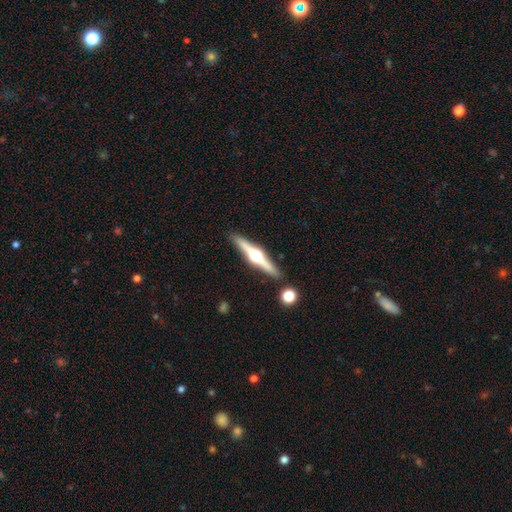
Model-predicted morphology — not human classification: Q: Smooth or featured?
A: featured or disk (80%); runner-up: smooth (15%)
Q: Edge-on disk?
A: yes (98%); runner-up: no (2%)
Q: Edge-on bulge?
A: rounded (95%); runner-up: boxy (3%)
Q: Merging?
A: none (88%); runner-up: minor disturbance (7%)